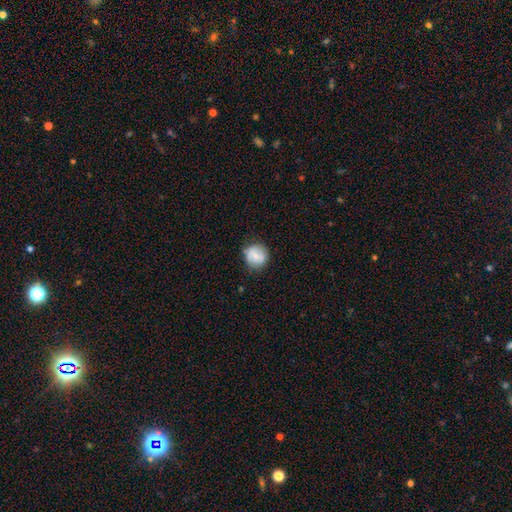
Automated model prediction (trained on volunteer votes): smooth-or-featured: smooth: 70% | featured or disk: 22% | star or artifact: 8%
  how-rounded: round: 89% | in between: 10% | cigar-shaped: 1%
  merging: none: 77% | minor disturbance: 18% | major disturbance: 4% | merger: 2%